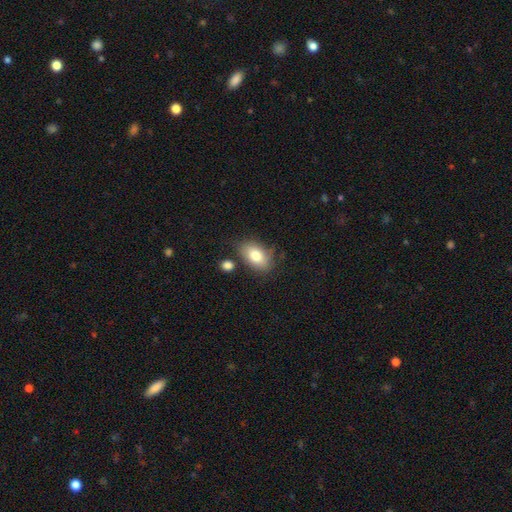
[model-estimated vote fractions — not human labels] smooth-or-featured: smooth: 79% | featured or disk: 13% | star or artifact: 8%
  how-rounded: in between: 88% | round: 11% | cigar-shaped: 2%
  merging: none: 72% | minor disturbance: 16% | merger: 7% | major disturbance: 4%